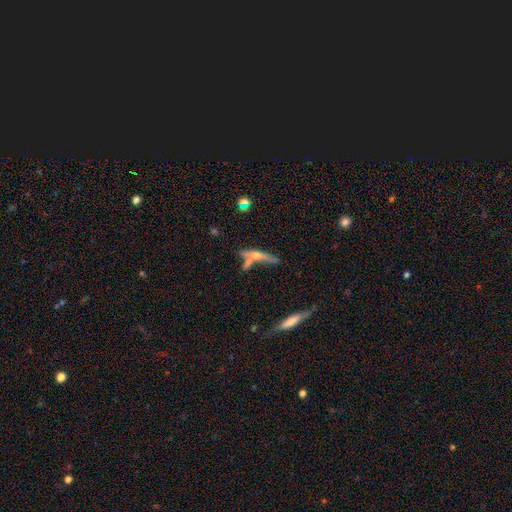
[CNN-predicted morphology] A featured or disk galaxy (56%) viewed edge-on (81%).

Vote fractions:
- Smooth or featured? featured or disk: 56% / smooth: 27% / star or artifact: 16%
- Edge-on disk? yes: 81% / no: 19%
- Merging? none: 53% / merger: 23% / minor disturbance: 15% / major disturbance: 9%